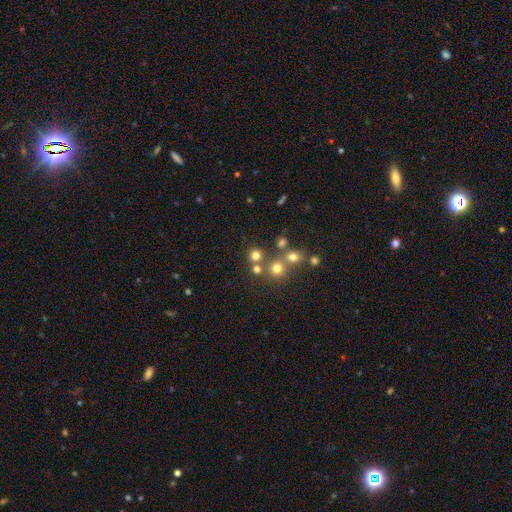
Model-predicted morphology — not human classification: smooth 72%, star or artifact 19%, featured or disk 9%. Down the decision tree: how rounded — round (89%); merging — none (69%).